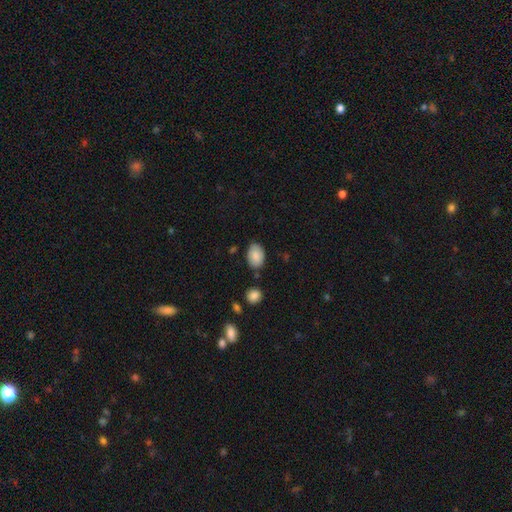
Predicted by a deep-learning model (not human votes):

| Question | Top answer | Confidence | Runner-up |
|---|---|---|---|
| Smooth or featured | smooth | 86% | star or artifact (7%) |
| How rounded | in between | 83% | round (16%) |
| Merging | none | 76% | minor disturbance (17%) |